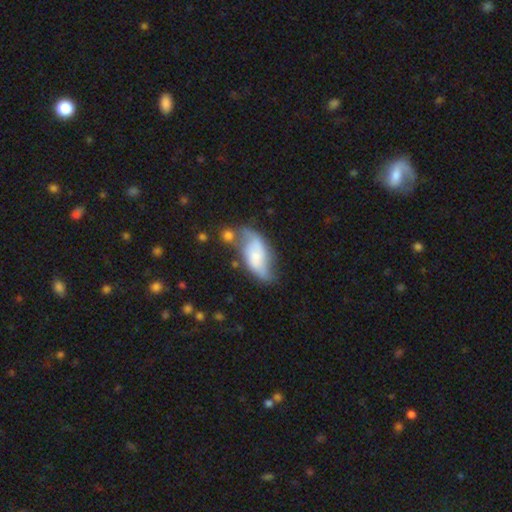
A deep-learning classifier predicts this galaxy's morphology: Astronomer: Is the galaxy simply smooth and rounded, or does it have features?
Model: featured or disk — 59%.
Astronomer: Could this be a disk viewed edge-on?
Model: no — 90%.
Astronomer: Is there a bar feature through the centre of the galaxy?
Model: no — 57%.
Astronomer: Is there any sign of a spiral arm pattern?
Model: yes — 86%.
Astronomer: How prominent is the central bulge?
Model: small — 39% (runner-up: moderate, 27%).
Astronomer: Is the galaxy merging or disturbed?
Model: none — 46% (runner-up: minor disturbance, 27%).